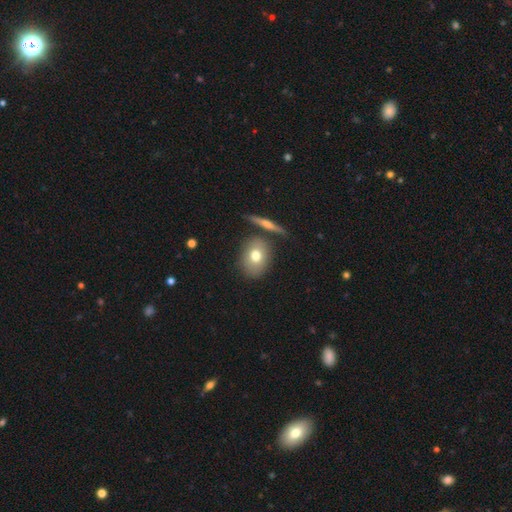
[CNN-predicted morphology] The model was most divided on "how rounded": in between: 57%, round: 41%, cigar-shaped: 3%. More confident: merging — none (73%); smooth or featured — smooth (71%).